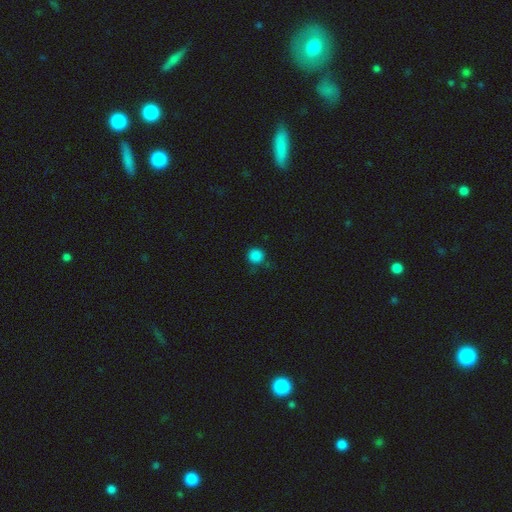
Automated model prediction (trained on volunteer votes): Morphology: type=smooth (84%); roundness=round (94%); merging=none (77%).